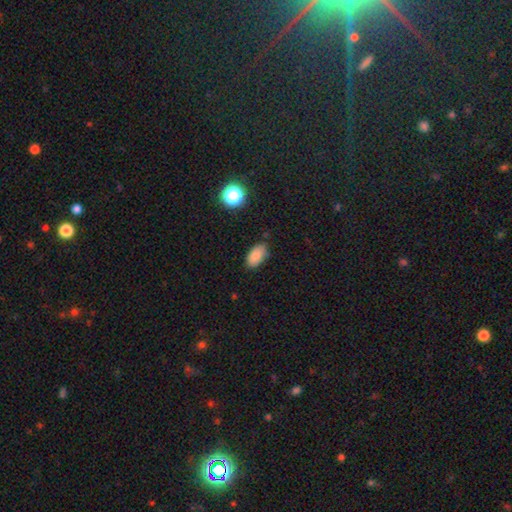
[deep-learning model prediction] This appears to be a smooth galaxy with no disk features (85%) that is in between round and cigar-shaped (92%). Merging: none (77%).